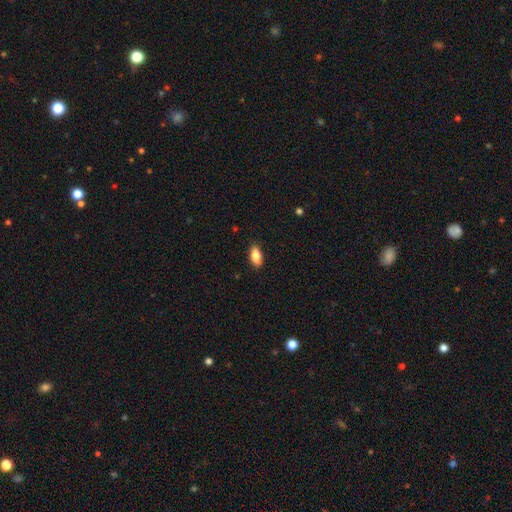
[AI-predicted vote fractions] Smooth or featured? Predicted: smooth (p=0.84). How rounded? Predicted: in between (p=0.90). Merging? Predicted: none (p=0.87).